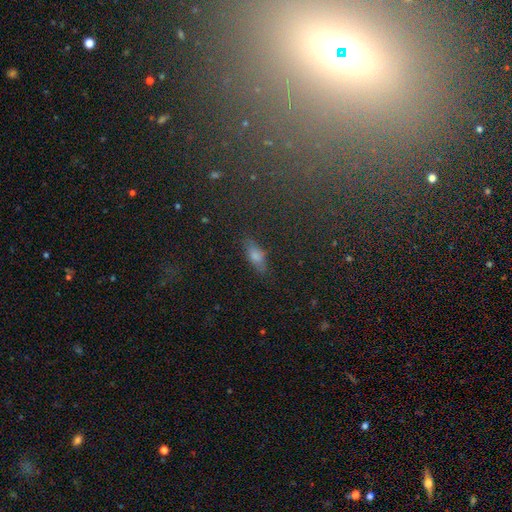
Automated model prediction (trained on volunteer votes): Smooth or featured?
  - smooth: 63% *
  - featured or disk: 23%
  - star or artifact: 14%
How rounded?
  - in between: 61% *
  - cigar-shaped: 34%
  - round: 5%
Merging?
  - none: 79% *
  - minor disturbance: 14%
  - major disturbance: 4%
  - merger: 2%